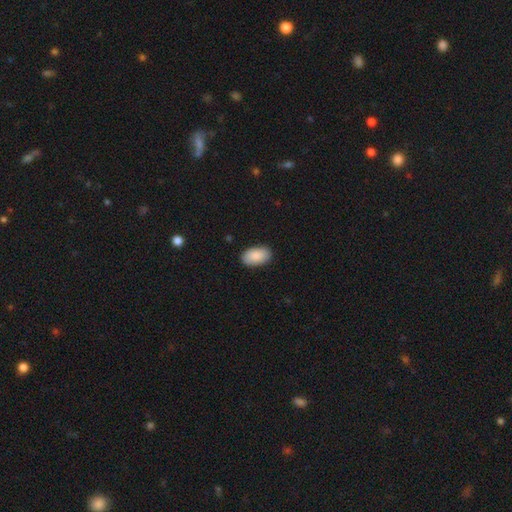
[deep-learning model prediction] smooth-or-featured: smooth: 90% | star or artifact: 6% | featured or disk: 4%
  how-rounded: in between: 95% | round: 4% | cigar-shaped: 1%
  merging: none: 88% | minor disturbance: 9% | major disturbance: 2% | merger: 1%